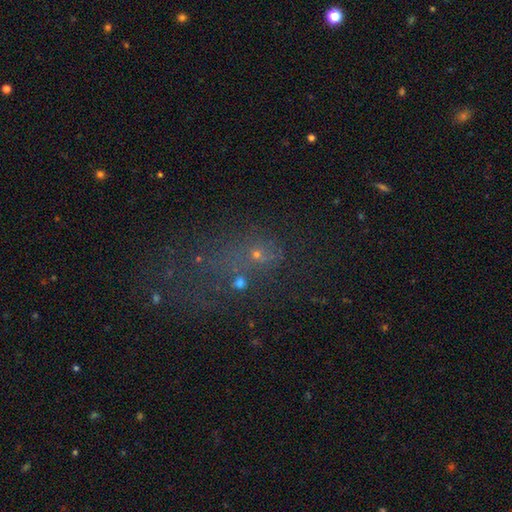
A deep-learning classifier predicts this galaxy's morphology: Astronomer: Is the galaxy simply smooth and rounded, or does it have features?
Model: star or artifact — 42% (runner-up: smooth, 31%).